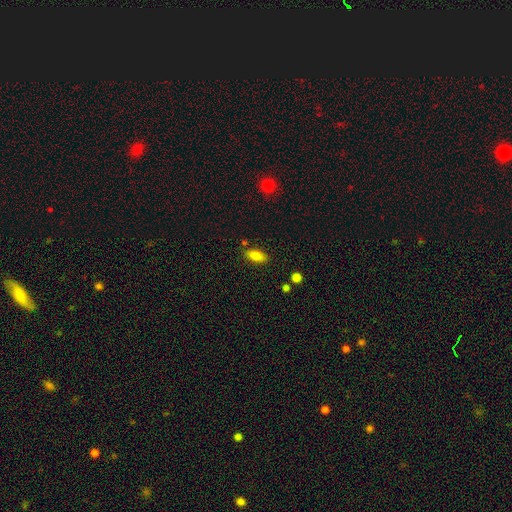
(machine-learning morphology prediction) The model was most divided on "merging": none: 82%, minor disturbance: 12%, merger: 4%, major disturbance: 3%. More confident: how rounded — in between (86%); smooth or featured — smooth (82%).